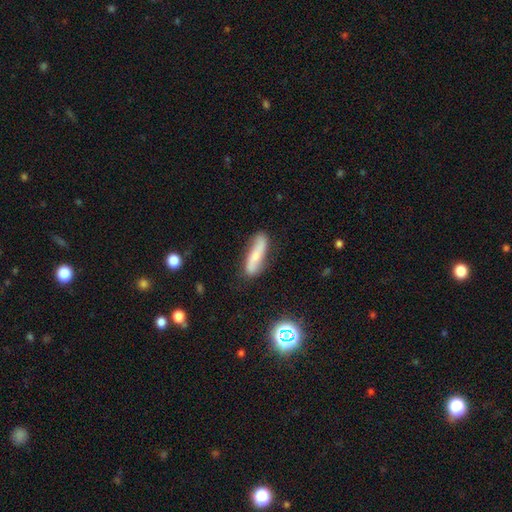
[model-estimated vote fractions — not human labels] Morphology: type=smooth (54%); roundness=cigar-shaped (72%); merging=none (78%).